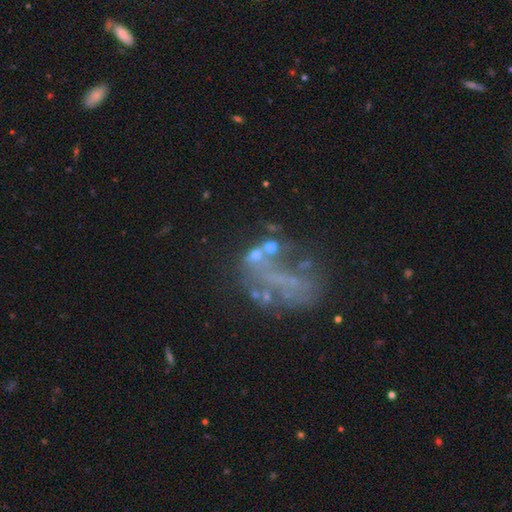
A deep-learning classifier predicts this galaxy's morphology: Smooth or featured?
  - featured or disk: 42% *
  - smooth: 30%
  - star or artifact: 28%
Merging?
  - major disturbance: 31% *
  - none: 29%
  - merger: 29%
  - minor disturbance: 12%